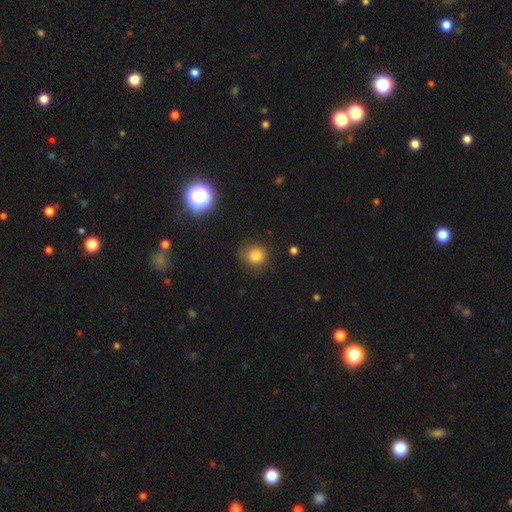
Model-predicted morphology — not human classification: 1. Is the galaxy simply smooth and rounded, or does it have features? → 82% smooth, 13% star or artifact, 6% featured or disk.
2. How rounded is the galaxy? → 87% round, 12% in between, 1% cigar-shaped.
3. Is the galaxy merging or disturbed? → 80% none, 14% minor disturbance, 4% major disturbance, 2% merger.